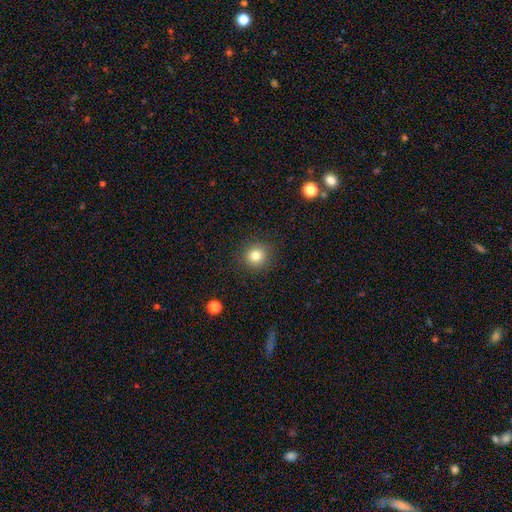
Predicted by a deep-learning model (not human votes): Smooth or featured?
  - smooth: 81% *
  - star or artifact: 12%
  - featured or disk: 7%
How rounded?
  - round: 92% *
  - in between: 7%
  - cigar-shaped: 1%
Merging?
  - none: 90% *
  - minor disturbance: 6%
  - major disturbance: 2%
  - merger: 1%